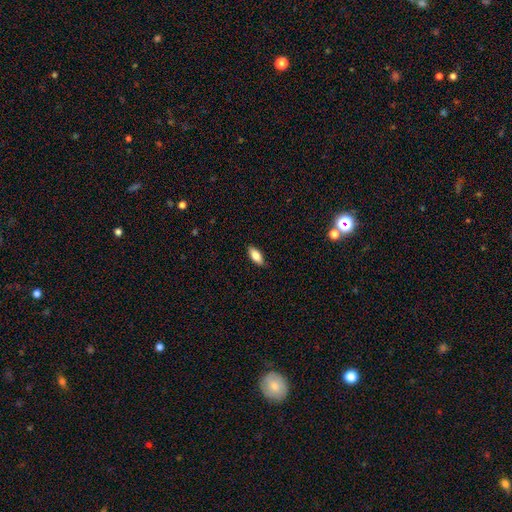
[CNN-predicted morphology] Overall: smooth (80%). How rounded: in between (82%). Merging: none (86%).